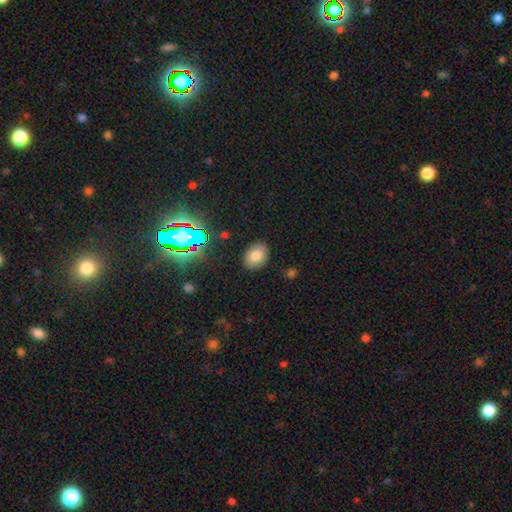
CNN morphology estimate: This appears to be a smooth galaxy with no disk features (77%) that is in between round and cigar-shaped (76%). Merging: none (87%).